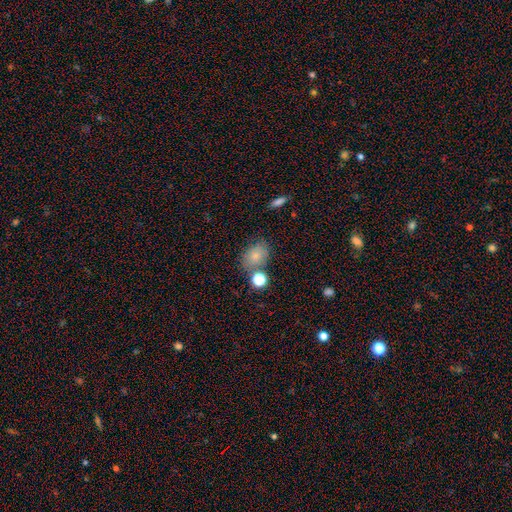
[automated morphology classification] smooth-or-featured: smooth: 78% | star or artifact: 11% | featured or disk: 11%
  how-rounded: in between: 70% | round: 28% | cigar-shaped: 1%
  merging: none: 66% | minor disturbance: 16% | merger: 13% | major disturbance: 5%